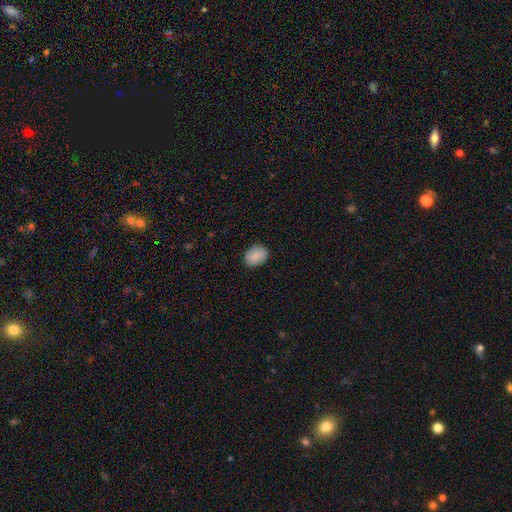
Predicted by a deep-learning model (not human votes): smooth-or-featured: smooth: 88% | star or artifact: 7% | featured or disk: 5%
  how-rounded: in between: 72% | round: 27% | cigar-shaped: 1%
  merging: none: 85% | minor disturbance: 12% | major disturbance: 3% | merger: 1%